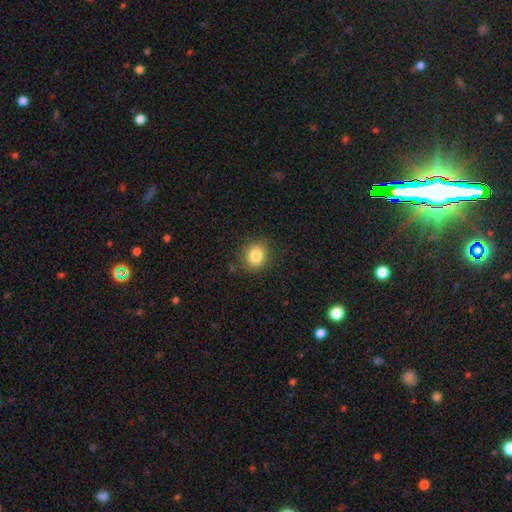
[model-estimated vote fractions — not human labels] Smooth or featured?
  - smooth: 83% *
  - star or artifact: 10%
  - featured or disk: 7%
How rounded?
  - round: 71% *
  - in between: 28%
  - cigar-shaped: 1%
Merging?
  - none: 83% *
  - minor disturbance: 12%
  - major disturbance: 3%
  - merger: 2%